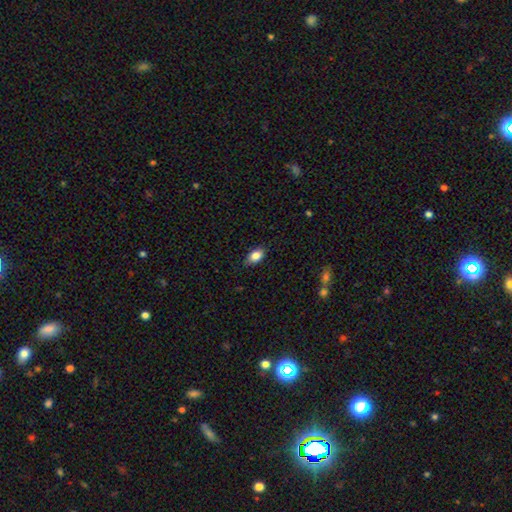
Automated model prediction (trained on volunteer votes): Q: Smooth or featured?
A: smooth (84%); runner-up: featured or disk (8%)
Q: How rounded?
A: in between (89%); runner-up: round (8%)
Q: Merging?
A: none (84%); runner-up: minor disturbance (13%)